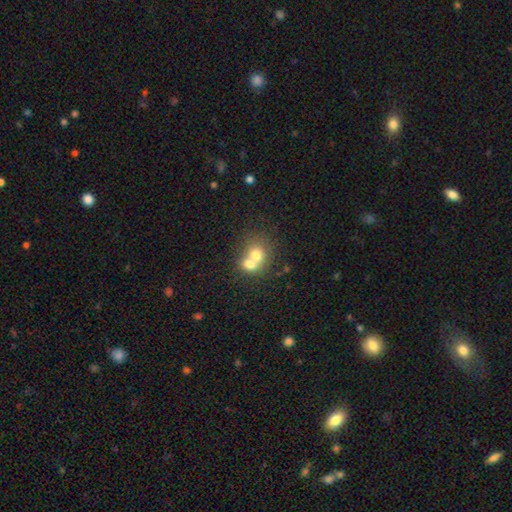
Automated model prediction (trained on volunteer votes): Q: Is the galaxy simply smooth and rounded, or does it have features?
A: smooth — 68%.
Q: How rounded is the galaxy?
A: round — 66%.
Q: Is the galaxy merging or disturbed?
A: merger — 70%.